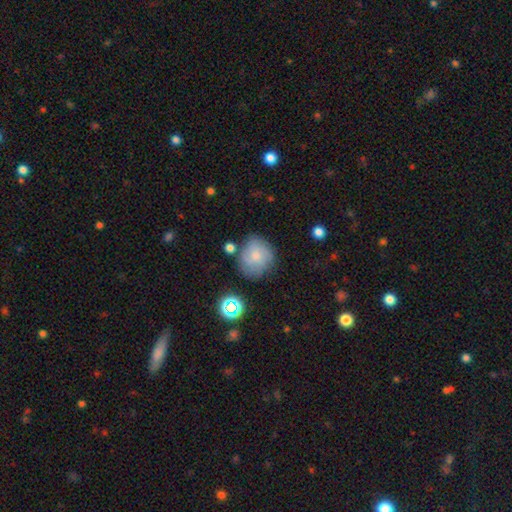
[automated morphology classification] smooth-or-featured: smooth: 56% | featured or disk: 34% | star or artifact: 11%
  how-rounded: round: 77% | in between: 22% | cigar-shaped: 1%
  merging: none: 67% | minor disturbance: 21% | major disturbance: 7% | merger: 5%